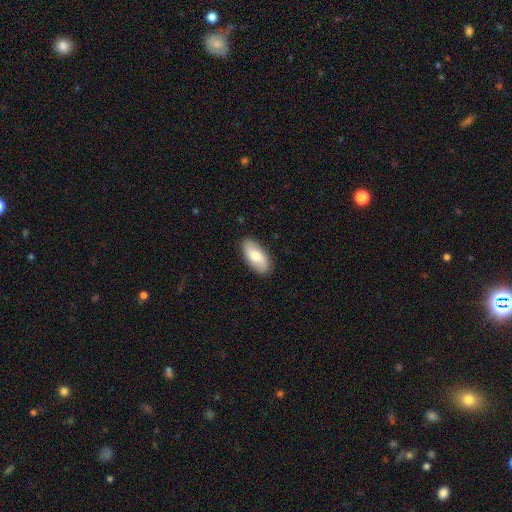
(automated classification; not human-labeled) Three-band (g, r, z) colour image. It shows a smooth galaxy with no disk features (67%) that is in between round and cigar-shaped (90%). Merging: none (88%).